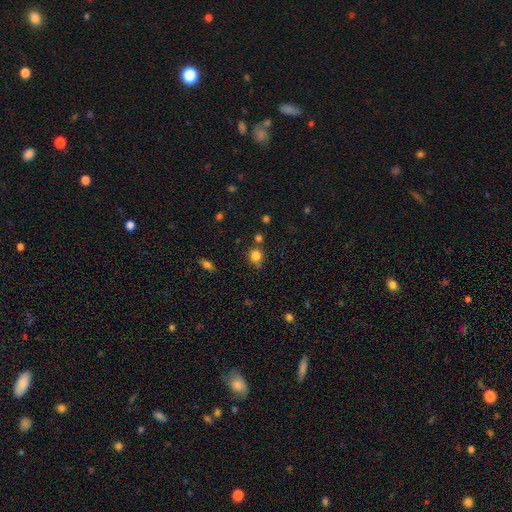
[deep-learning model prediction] Smooth or featured: smooth — 82% (star or artifact — 12%)
How rounded: round — 77% (in between — 21%)
Merging: none — 66% (minor disturbance — 19%)